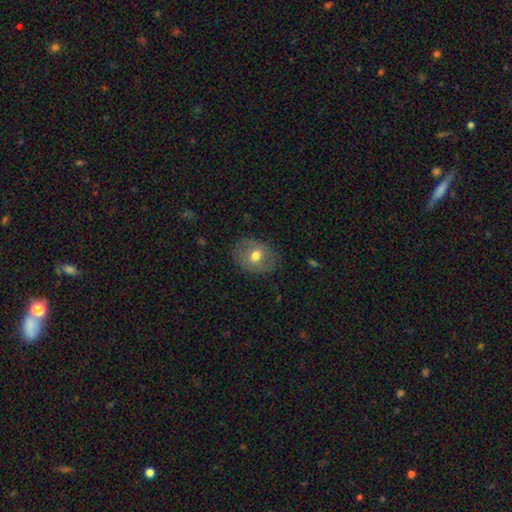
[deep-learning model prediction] Smooth or featured? smooth (60%)
How rounded? in between (53%)
Merging? none (79%)